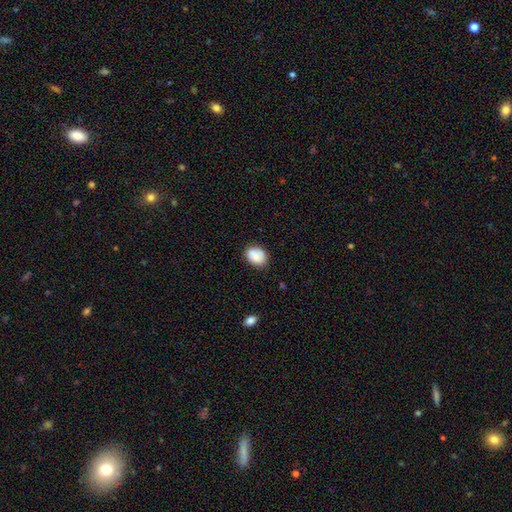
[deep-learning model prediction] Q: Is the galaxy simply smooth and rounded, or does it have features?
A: smooth — 82%.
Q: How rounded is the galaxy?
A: in between — 64%.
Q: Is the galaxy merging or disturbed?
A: none — 73%.